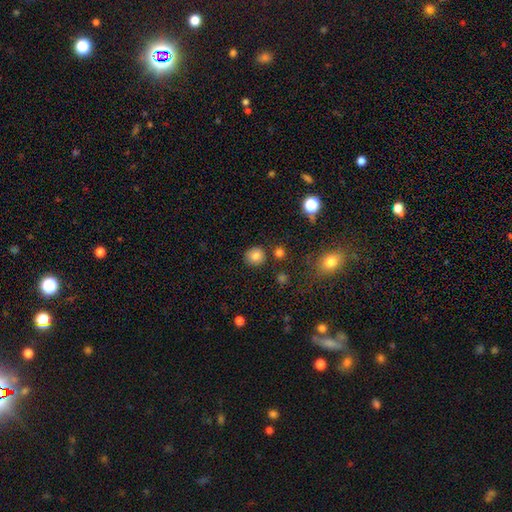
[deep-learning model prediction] Smooth or featured? Predicted: smooth (p=0.82). How rounded? Predicted: round (p=0.89). Merging? Predicted: none (p=0.86).